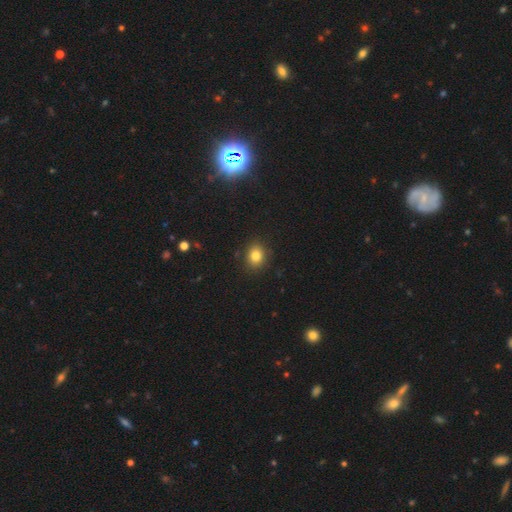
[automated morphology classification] Smooth or featured? Predicted: smooth (p=0.82). How rounded? Predicted: round (p=0.62). Merging? Predicted: none (p=0.88).